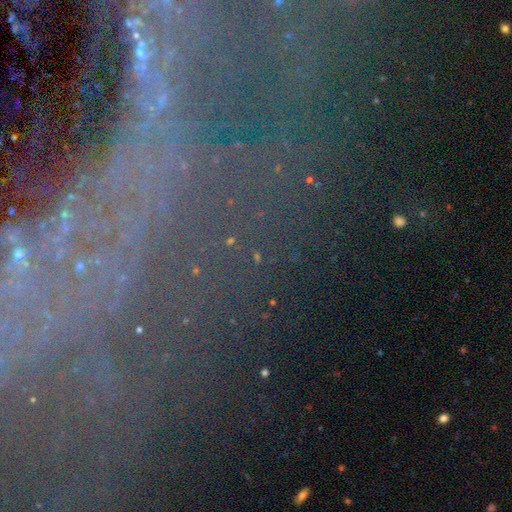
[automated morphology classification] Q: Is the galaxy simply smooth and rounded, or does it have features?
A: star or artifact — 57%.